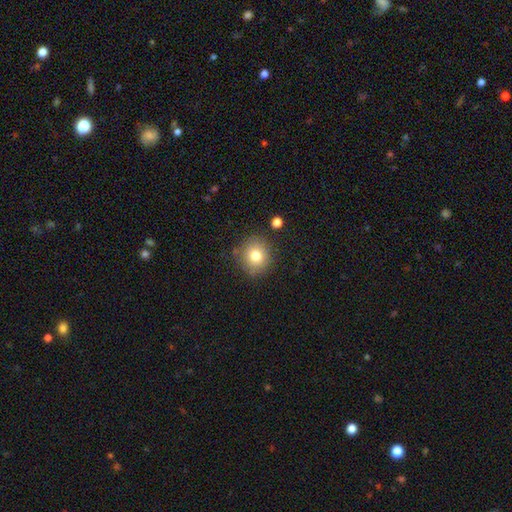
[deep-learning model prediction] The model was most divided on "smooth or featured": smooth: 78%, star or artifact: 12%, featured or disk: 11%. More confident: how rounded — round (85%); merging — none (84%).